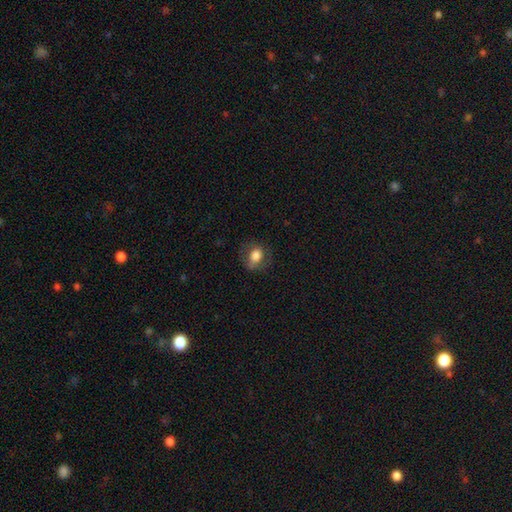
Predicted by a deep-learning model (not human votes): smooth 74%, featured or disk 17%, star or artifact 8%. Down the decision tree: how rounded — in between (53%); merging — none (75%).